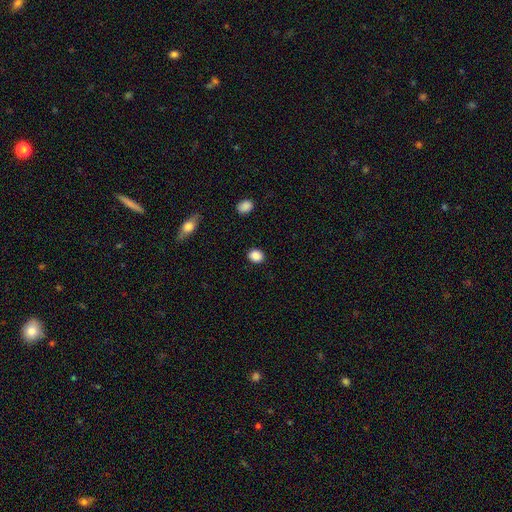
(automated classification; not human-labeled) Q: Smooth or featured?
A: smooth (88%); runner-up: star or artifact (9%)
Q: How rounded?
A: round (62%); runner-up: in between (37%)
Q: Merging?
A: none (90%); runner-up: minor disturbance (7%)